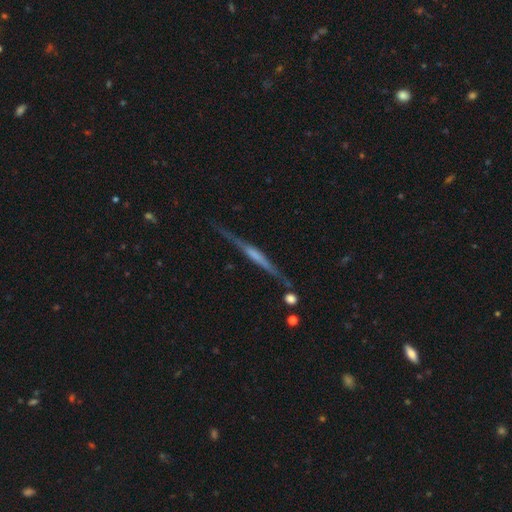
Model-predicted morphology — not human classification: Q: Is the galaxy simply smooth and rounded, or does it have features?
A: featured or disk — 75%.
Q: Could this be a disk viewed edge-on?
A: yes — 97%.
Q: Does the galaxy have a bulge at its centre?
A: none — 36%.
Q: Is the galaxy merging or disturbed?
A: none — 81%.